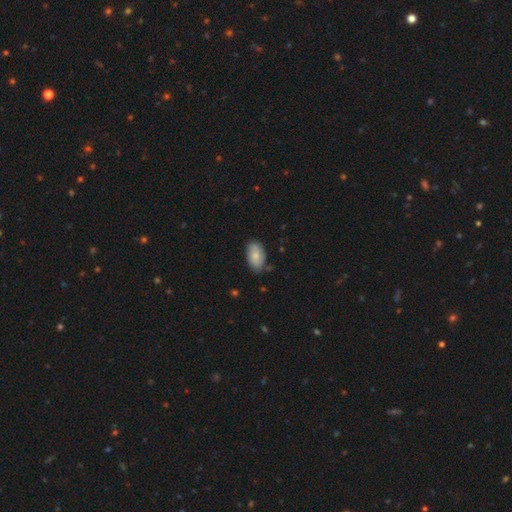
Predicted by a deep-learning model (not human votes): A smooth galaxy with no disk features (72%) that is in between round and cigar-shaped (93%). Merging: none (73%).